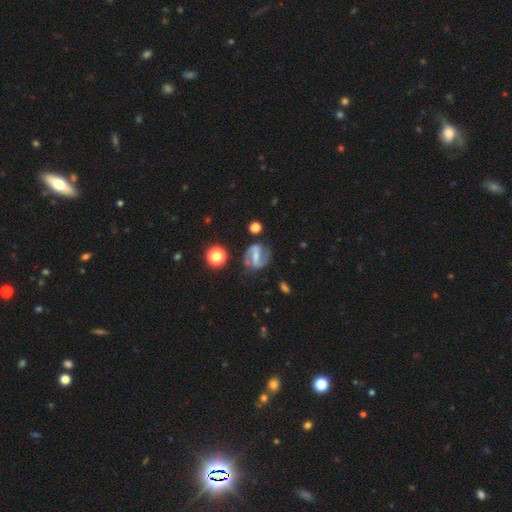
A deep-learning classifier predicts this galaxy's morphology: Smooth or featured?
  - featured or disk: 77% *
  - smooth: 15%
  - star or artifact: 8%
Edge-on disk?
  - no: 96% *
  - yes: 4%
Bar?
  - strong: 65% *
  - weak: 26%
  - no: 10%
Spiral arms?
  - yes: 87% *
  - no: 13%
Spiral winding?
  - medium: 46% *
  - loose: 33%
  - tight: 21%
Spiral arm count?
  - 2: 89% *
  - can't tell: 6%
  - 1: 3%
  - 3: 1%
  - 4: 1%
  - more than 4: 1%
Bulge size?
  - small: 43% *
  - moderate: 25%
  - none: 25%
  - large: 4%
  - dominant: 2%
Merging?
  - none: 75% *
  - minor disturbance: 15%
  - major disturbance: 7%
  - merger: 3%